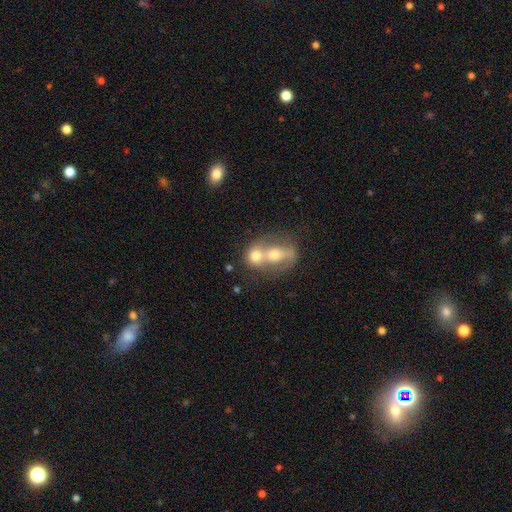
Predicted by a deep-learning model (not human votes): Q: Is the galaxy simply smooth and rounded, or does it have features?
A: smooth — 59%.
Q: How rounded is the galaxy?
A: round — 56%.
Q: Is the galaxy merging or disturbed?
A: merger — 72%.